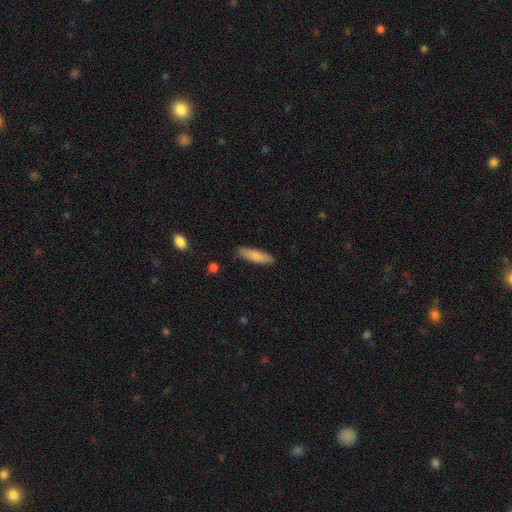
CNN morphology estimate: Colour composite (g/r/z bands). It shows a smooth galaxy with no disk features (81%) that is cigar-shaped (68%). Merging: none (87%).